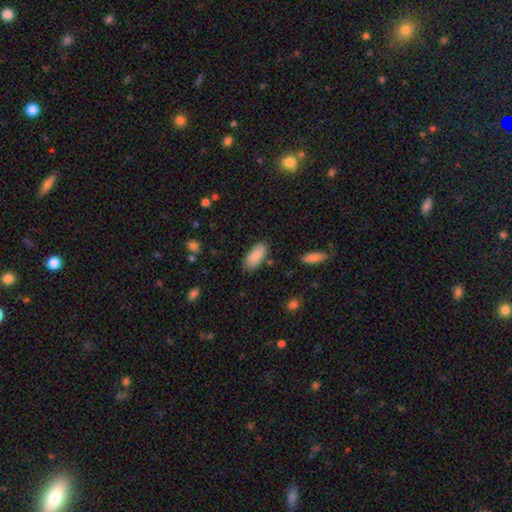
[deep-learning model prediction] Overall: smooth (87%). How rounded: in between (91%). Merging: none (79%).